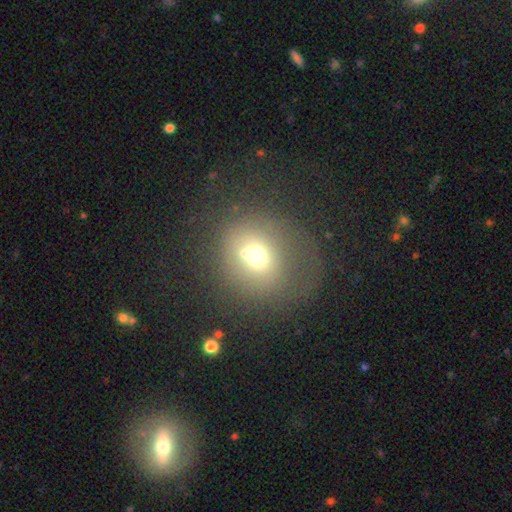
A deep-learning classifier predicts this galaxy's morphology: This appears to be a smooth galaxy with no disk features (62%) that is round (82%). Merging: none (54%).